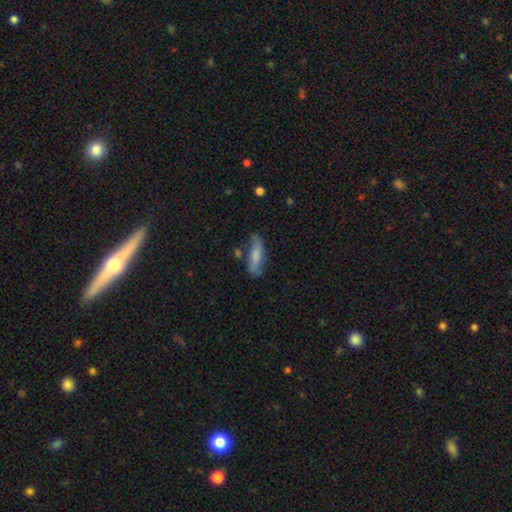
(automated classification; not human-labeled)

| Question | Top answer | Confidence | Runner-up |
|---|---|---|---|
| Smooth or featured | smooth | 74% | featured or disk (20%) |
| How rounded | cigar-shaped | 53% | in between (45%) |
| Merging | none | 66% | minor disturbance (23%) |